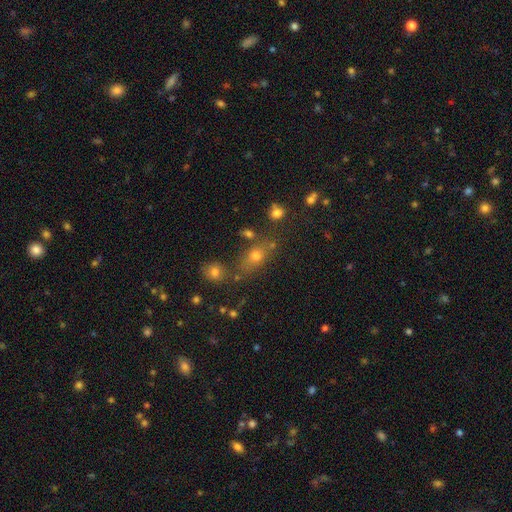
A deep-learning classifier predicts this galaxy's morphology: Q: Smooth or featured?
A: smooth (65%); runner-up: star or artifact (21%)
Q: How rounded?
A: in between (59%); runner-up: round (34%)
Q: Merging?
A: none (63%); runner-up: merger (17%)